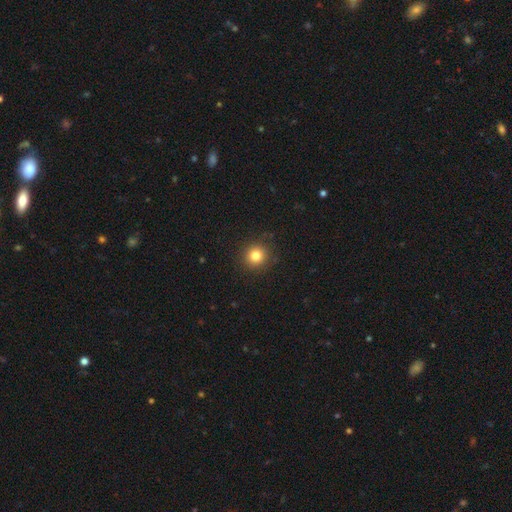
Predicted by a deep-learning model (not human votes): The model was most divided on "smooth or featured": smooth: 82%, star or artifact: 12%, featured or disk: 6%. More confident: how rounded — round (93%); merging — none (91%).